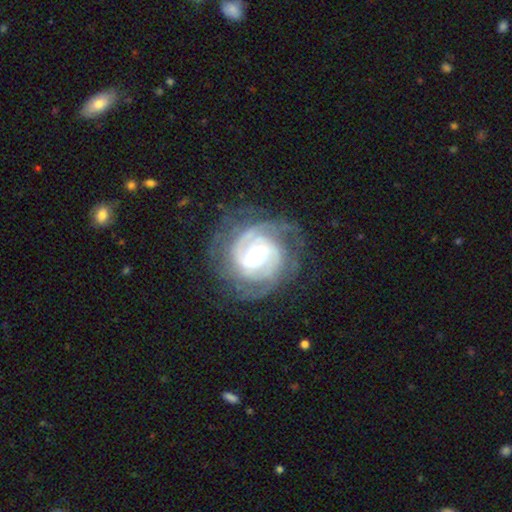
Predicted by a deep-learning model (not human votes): featured or disk 90%, smooth 6%, star or artifact 4%. Down the decision tree: edge-on disk — no (98%); bar — weak (47%); spiral arms — yes (97%); spiral arm count — 2 (38%); spiral winding — tight (61%); bulge size — moderate (66%); merging — none (74%).